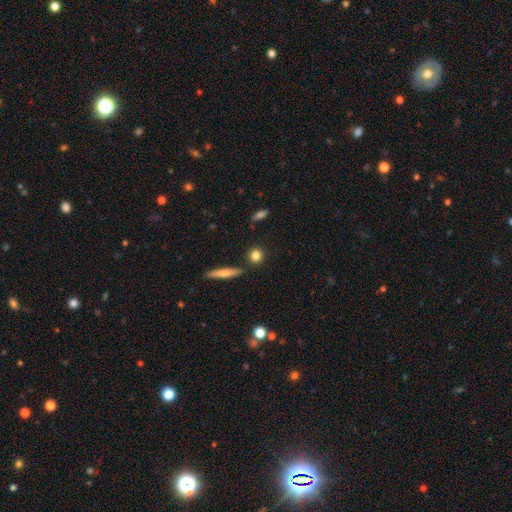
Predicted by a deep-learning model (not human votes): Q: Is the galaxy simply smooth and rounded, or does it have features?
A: smooth — 82%.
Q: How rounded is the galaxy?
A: round — 78%.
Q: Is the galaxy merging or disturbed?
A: none — 84%.